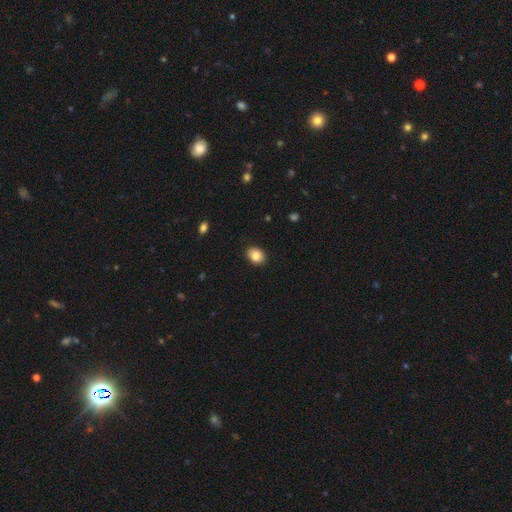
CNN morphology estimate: Q: Smooth or featured?
A: smooth (85%); runner-up: star or artifact (8%)
Q: How rounded?
A: in between (59%); runner-up: round (40%)
Q: Merging?
A: none (88%); runner-up: minor disturbance (9%)